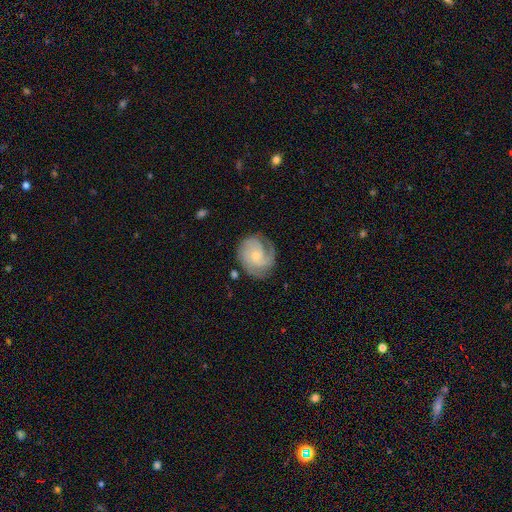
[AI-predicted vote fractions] Overall: featured or disk (83%). Edge-on disk: no (98%). Bar: no (72%). Spiral arms: yes (97%). Spiral arm count: 3 (40%; 2 27%). Spiral winding: tight (55%; medium 36%). Bulge size: small (70%). Merging: none (74%).